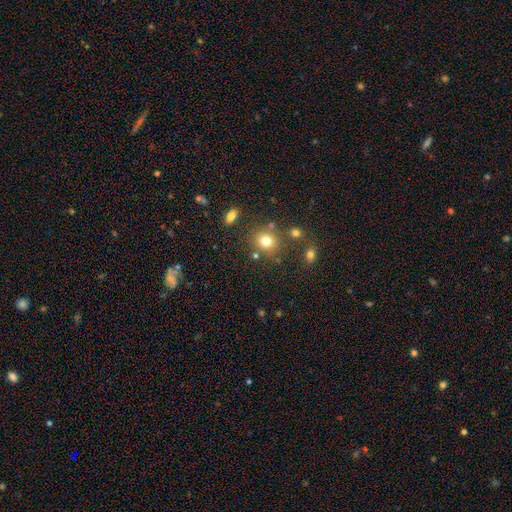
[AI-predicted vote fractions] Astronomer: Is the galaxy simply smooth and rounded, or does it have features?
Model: smooth — 57% (runner-up: star or artifact, 34%).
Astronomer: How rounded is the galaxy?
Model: round — 88%.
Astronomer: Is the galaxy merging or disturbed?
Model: none — 69%.